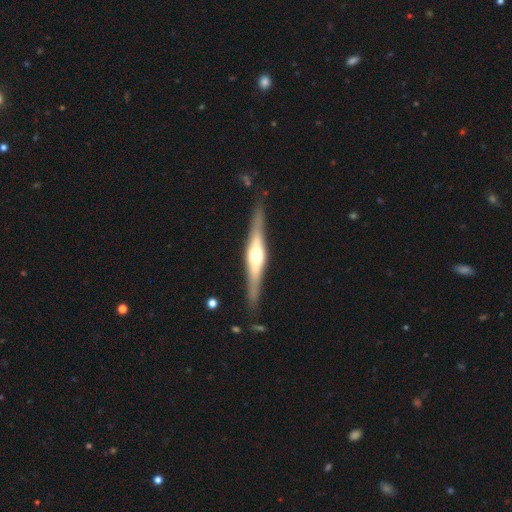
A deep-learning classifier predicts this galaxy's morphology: Smooth or featured: featured or disk — 76% (smooth — 19%)
Edge-on disk: yes — 97% (no — 3%)
Edge-on bulge: rounded — 86% (boxy — 11%)
Merging: none — 88% (minor disturbance — 9%)